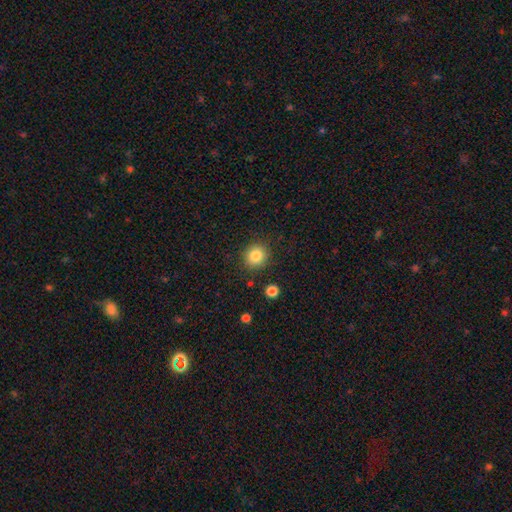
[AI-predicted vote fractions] Q: Smooth or featured?
A: smooth (84%); runner-up: star or artifact (10%)
Q: How rounded?
A: round (87%); runner-up: in between (12%)
Q: Merging?
A: none (88%); runner-up: minor disturbance (7%)